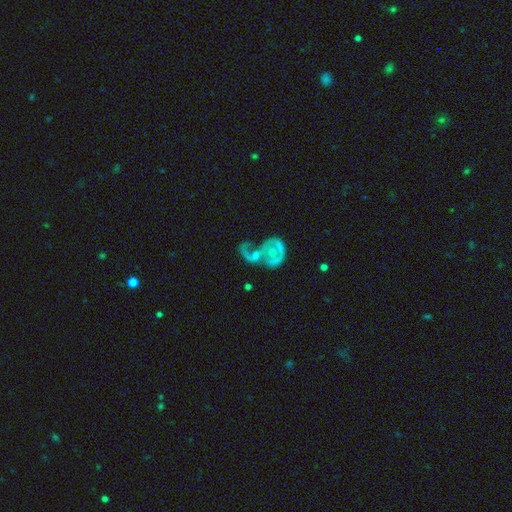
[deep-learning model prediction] Smooth or featured? Predicted: featured or disk (p=0.69). Edge-on disk? Predicted: no (p=0.98). Bar? Predicted: no (p=0.80). Spiral arms? Predicted: yes (p=0.54). Bulge size? Predicted: small (p=0.47). Merging? Predicted: merger (p=0.40).